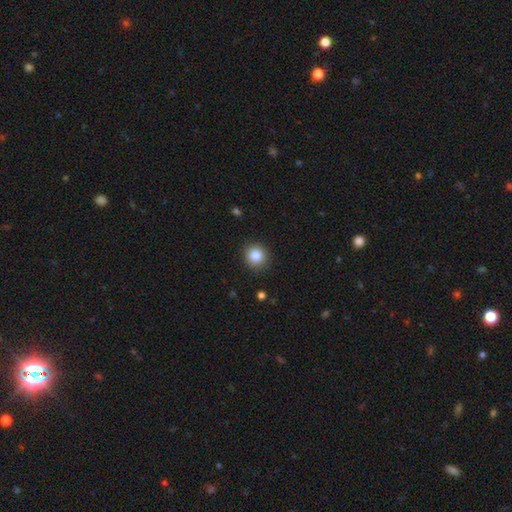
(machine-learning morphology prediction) Overall: smooth (83%). How rounded: round (92%). Merging: none (91%).